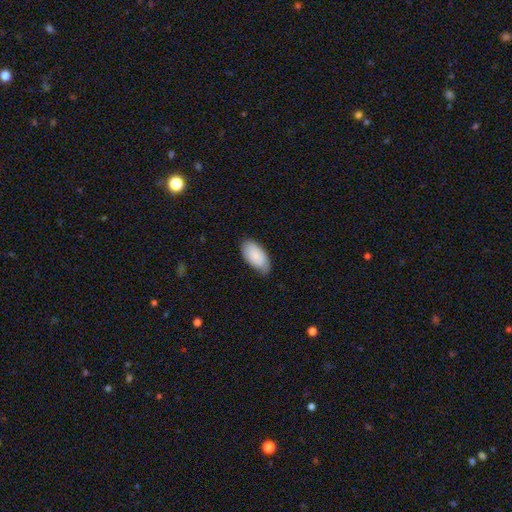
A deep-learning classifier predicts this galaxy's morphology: Q: Smooth or featured?
A: smooth (85%); runner-up: featured or disk (9%)
Q: How rounded?
A: in between (95%); runner-up: cigar-shaped (3%)
Q: Merging?
A: none (73%); runner-up: minor disturbance (23%)